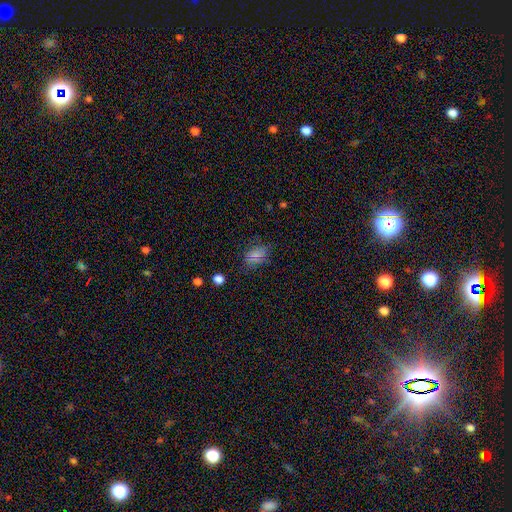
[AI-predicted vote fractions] Smooth or featured? Predicted: smooth (p=0.69). How rounded? Predicted: in between (p=0.81). Merging? Predicted: none (p=0.74).